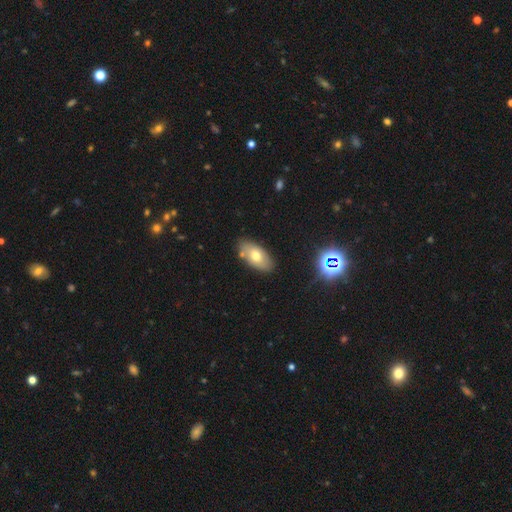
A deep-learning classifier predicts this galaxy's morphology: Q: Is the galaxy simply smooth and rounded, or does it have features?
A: smooth — 67%.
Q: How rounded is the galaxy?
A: in between — 92%.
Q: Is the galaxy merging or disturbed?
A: none — 80%.